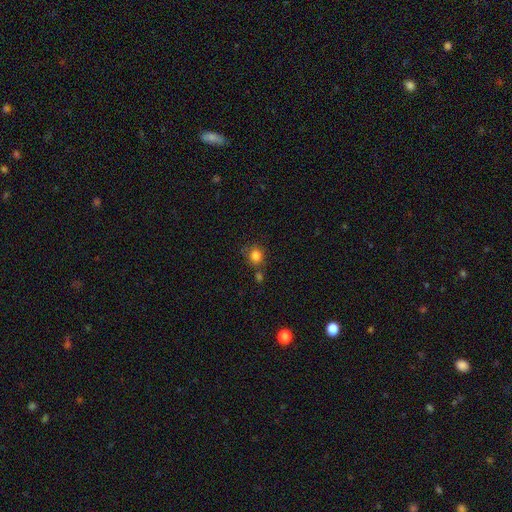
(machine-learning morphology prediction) The model was most divided on "merging": none: 66%, minor disturbance: 15%, merger: 14%, major disturbance: 5%. More confident: smooth or featured — smooth (83%); how rounded — round (76%).